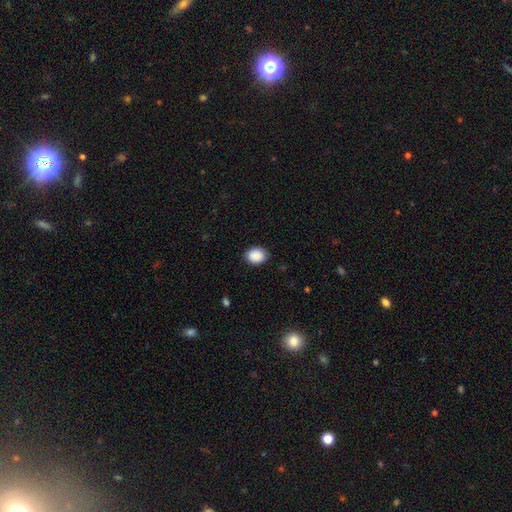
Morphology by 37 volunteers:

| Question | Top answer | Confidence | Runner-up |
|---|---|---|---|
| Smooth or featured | smooth | 81% | featured or disk (16%) |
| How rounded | in between | 57% | round (43%) |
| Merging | none | 75% | minor disturbance (25%) |